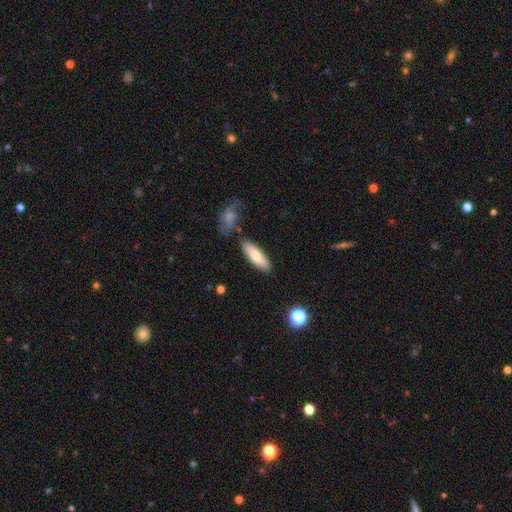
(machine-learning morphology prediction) Smooth or featured: smooth — 71% (featured or disk — 22%)
How rounded: in between — 54% (cigar-shaped — 44%)
Merging: none — 83% (minor disturbance — 11%)